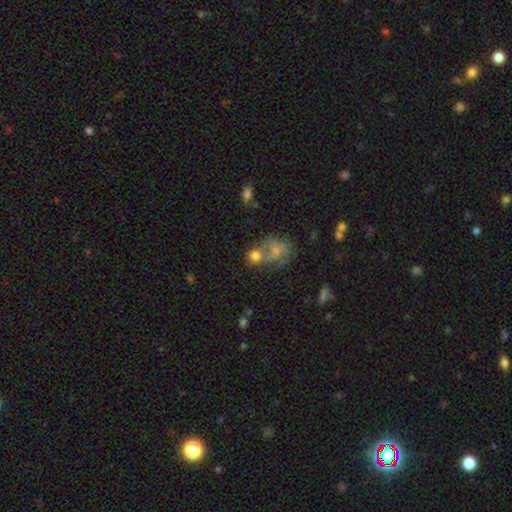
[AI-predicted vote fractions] A smooth galaxy with no disk features (68%) that is round (72%).

Vote fractions:
- Smooth or featured? smooth: 68% / featured or disk: 20% / star or artifact: 12%
- How rounded? round: 72% / in between: 27% / cigar-shaped: 1%
- Merging? merger: 47% / none: 33% / minor disturbance: 11% / major disturbance: 9%